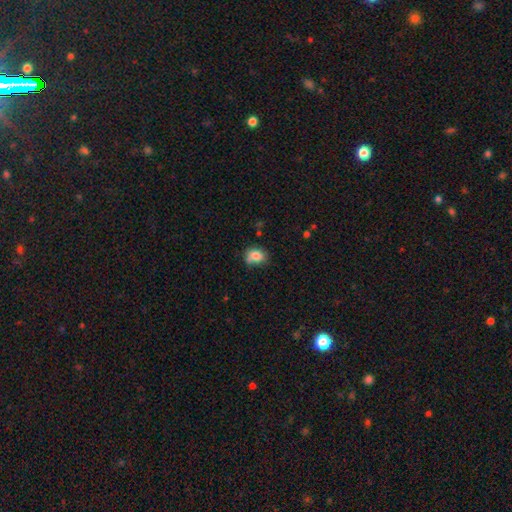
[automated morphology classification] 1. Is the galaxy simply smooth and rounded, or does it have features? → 80% smooth, 10% featured or disk, 10% star or artifact.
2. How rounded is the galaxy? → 53% in between, 46% round, 1% cigar-shaped.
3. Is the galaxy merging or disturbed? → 56% none, 23% minor disturbance, 14% merger, 6% major disturbance.